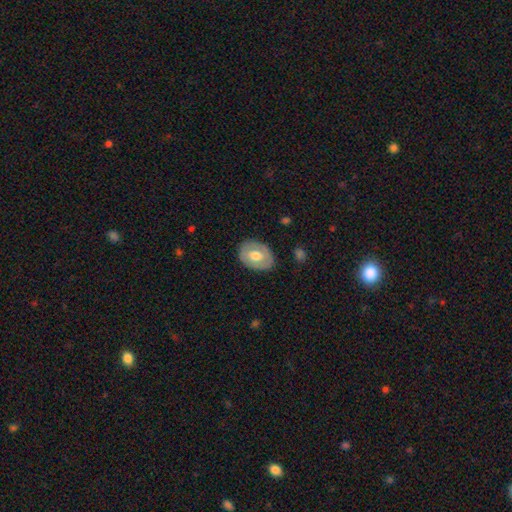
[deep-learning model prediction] A smooth galaxy with no disk features (51%) that is in between round and cigar-shaped (69%).

Vote fractions:
- Smooth or featured? smooth: 51% / featured or disk: 43% / star or artifact: 6%
- How rounded? in between: 69% / round: 30% / cigar-shaped: 1%
- Merging? none: 80% / minor disturbance: 15% / major disturbance: 4% / merger: 1%